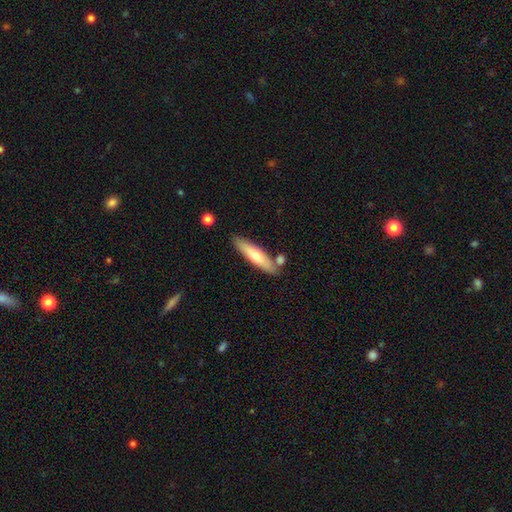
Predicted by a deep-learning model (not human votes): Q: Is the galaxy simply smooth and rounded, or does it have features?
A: smooth — 57%.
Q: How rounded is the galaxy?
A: cigar-shaped — 74%.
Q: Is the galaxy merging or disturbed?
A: none — 75%.